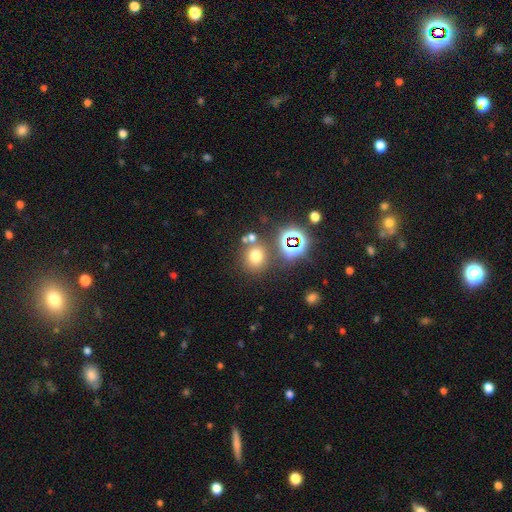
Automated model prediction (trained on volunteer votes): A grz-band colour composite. It shows a smooth galaxy with no disk features (65%) that is round (81%). Merging: none (70%).